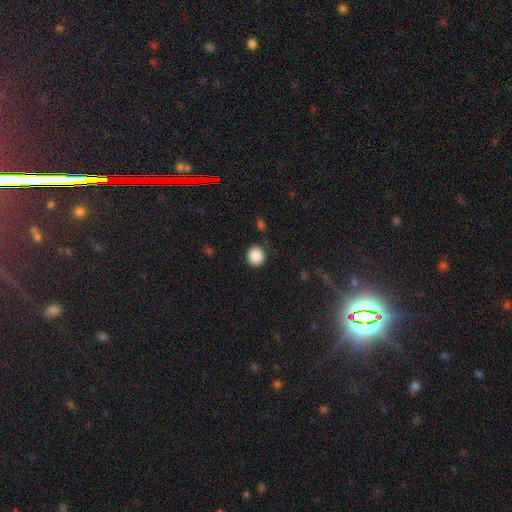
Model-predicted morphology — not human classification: This is clearly a smooth galaxy (87%). How rounded: clearly round (90%). Merging: clearly none (83%).